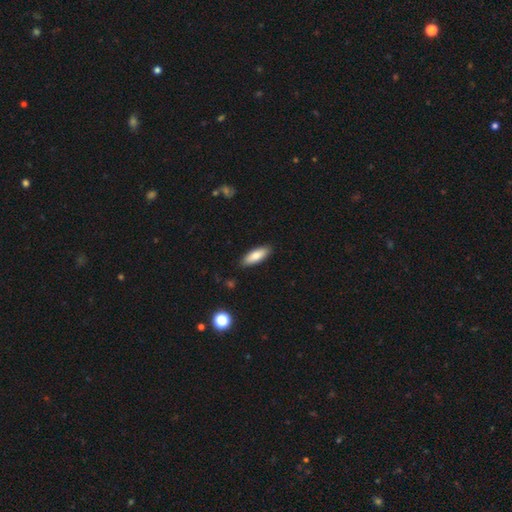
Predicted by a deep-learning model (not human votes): The model was most divided on "how rounded": in between: 62%, cigar-shaped: 37%, round: 2%. More confident: merging — none (88%); smooth or featured — smooth (81%).